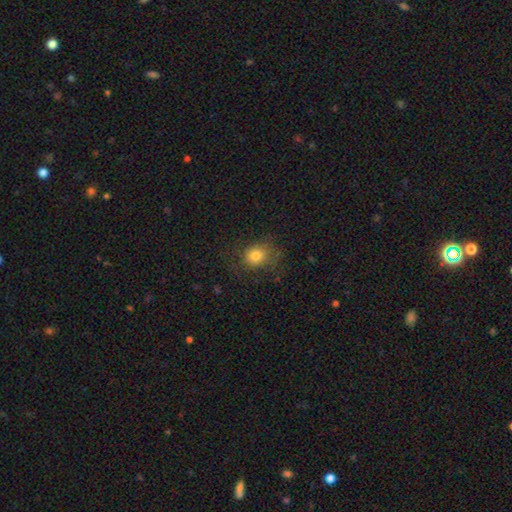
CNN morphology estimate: Overall: smooth (79%). How rounded: round (71%). Merging: none (70%).